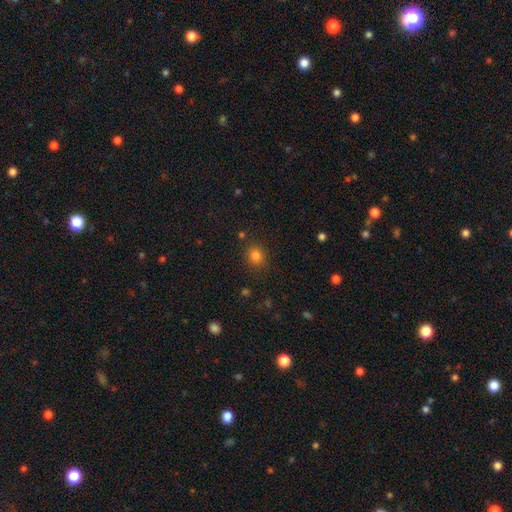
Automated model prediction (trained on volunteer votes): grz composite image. It shows a smooth galaxy with no disk features (80%) that is round (75%). Merging: none (85%).